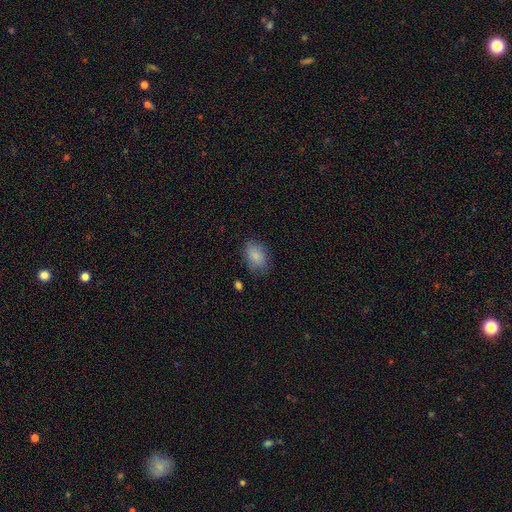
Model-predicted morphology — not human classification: smooth-or-featured: smooth: 86% | star or artifact: 8% | featured or disk: 6%
  how-rounded: in between: 85% | round: 14% | cigar-shaped: 1%
  merging: none: 78% | minor disturbance: 16% | major disturbance: 4% | merger: 2%